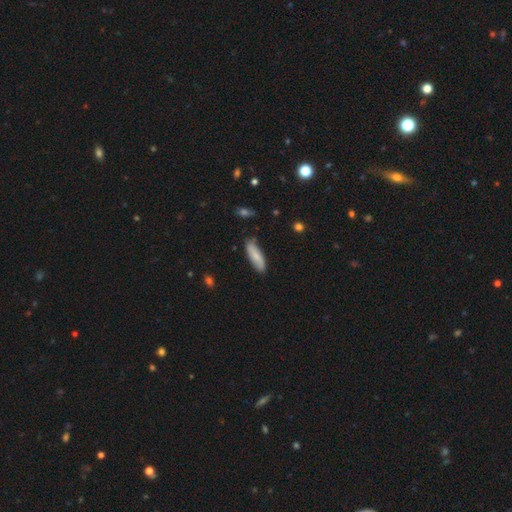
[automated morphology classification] smooth_or_featured: smooth (p=0.71) [alt: featured or disk p=0.23]
how_rounded: in between (p=0.51) [alt: cigar-shaped p=0.47]
merging: none (p=0.81) [alt: minor disturbance p=0.15]